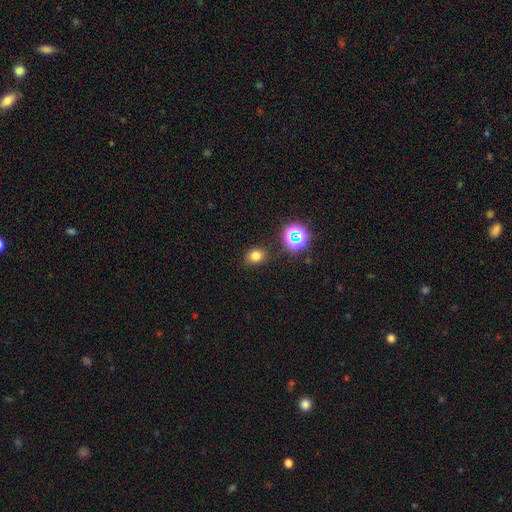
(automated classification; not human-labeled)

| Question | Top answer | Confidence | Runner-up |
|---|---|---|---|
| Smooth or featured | smooth | 75% | star or artifact (19%) |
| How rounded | round | 54% | in between (45%) |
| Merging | none | 84% | minor disturbance (10%) |